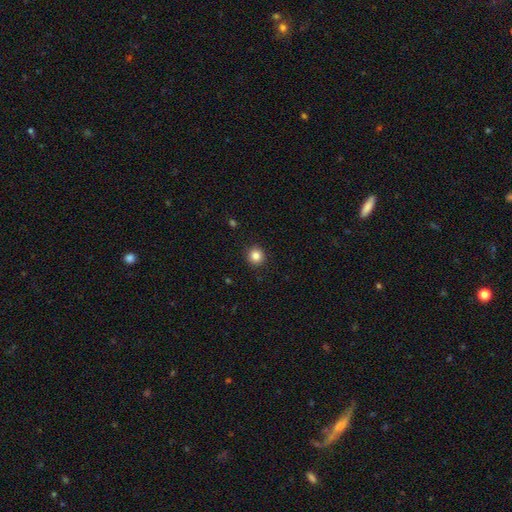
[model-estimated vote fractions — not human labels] A smooth galaxy with no disk features (85%) that is round (94%).

Vote fractions:
- Smooth or featured? smooth: 85% / star or artifact: 11% / featured or disk: 4%
- How rounded? round: 94% / in between: 5% / cigar-shaped: 1%
- Merging? none: 92% / minor disturbance: 5% / major disturbance: 2% / merger: 1%